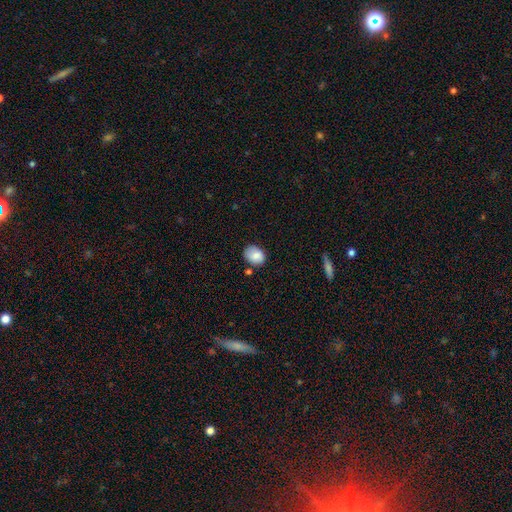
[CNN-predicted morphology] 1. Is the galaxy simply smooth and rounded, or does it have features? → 82% smooth, 10% featured or disk, 8% star or artifact.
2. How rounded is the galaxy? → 56% in between, 43% round, 1% cigar-shaped.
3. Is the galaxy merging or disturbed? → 70% none, 20% minor disturbance, 6% merger, 4% major disturbance.